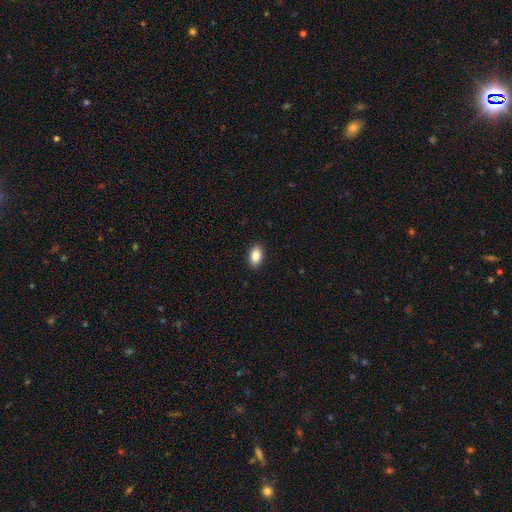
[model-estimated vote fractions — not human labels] Smooth or featured?
  - smooth: 88% *
  - star or artifact: 7%
  - featured or disk: 5%
How rounded?
  - in between: 90% *
  - round: 8%
  - cigar-shaped: 2%
Merging?
  - none: 90% *
  - minor disturbance: 7%
  - major disturbance: 2%
  - merger: 1%